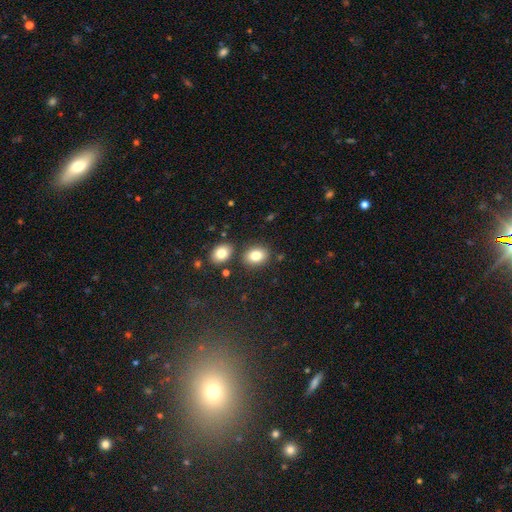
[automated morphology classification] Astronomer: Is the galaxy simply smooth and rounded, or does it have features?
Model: smooth — 82%.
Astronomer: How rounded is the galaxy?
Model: in between — 63%.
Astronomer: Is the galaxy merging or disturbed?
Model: none — 78%.